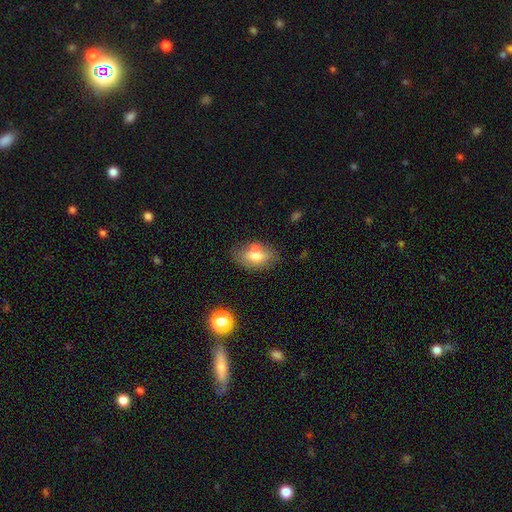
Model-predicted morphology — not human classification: This is likely a smooth galaxy (70%). How rounded: clearly in between (87%). Merging: likely none (65%).